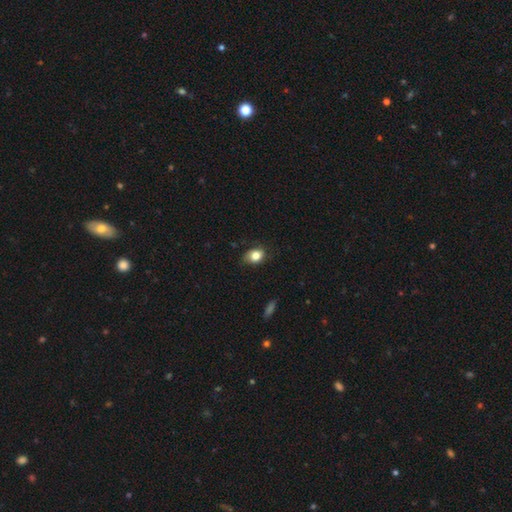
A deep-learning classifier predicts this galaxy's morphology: This is clearly a smooth galaxy (82%). How rounded: likely in between (62%). Merging: likely none (68%).